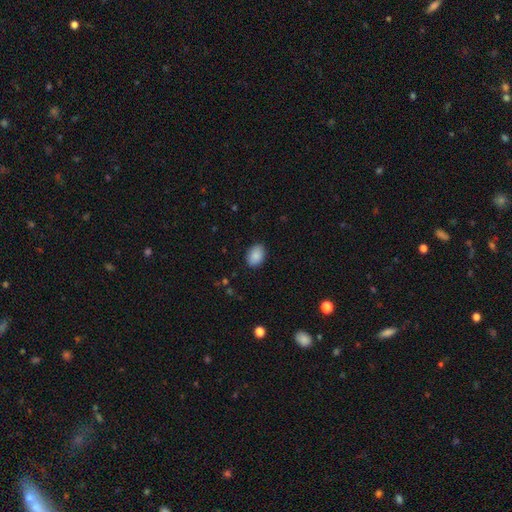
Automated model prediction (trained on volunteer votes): Q: Smooth or featured?
A: smooth (89%); runner-up: star or artifact (7%)
Q: How rounded?
A: in between (82%); runner-up: round (17%)
Q: Merging?
A: none (88%); runner-up: minor disturbance (9%)